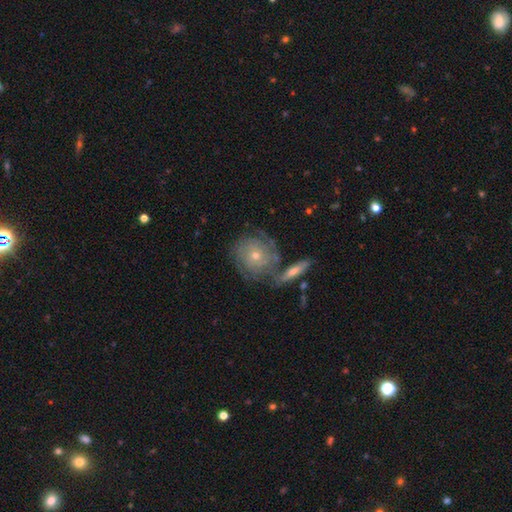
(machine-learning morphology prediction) A featured or disk galaxy (73%) with no bar (81%), tight (76%) spiral arms (90%) and a small central bulge (60%). Merging: none (66%).